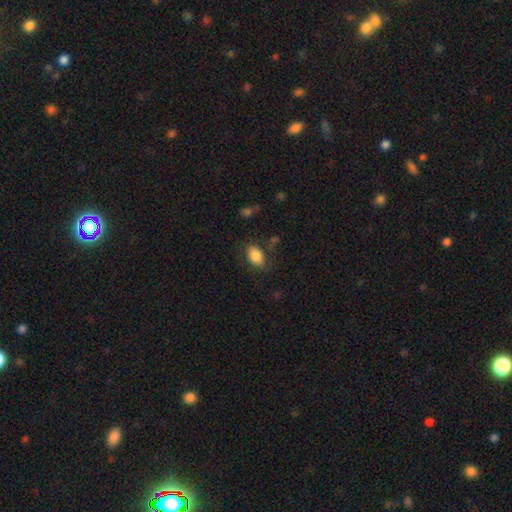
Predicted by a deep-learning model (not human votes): Smooth or featured?
  - smooth: 83% *
  - featured or disk: 9%
  - star or artifact: 8%
How rounded?
  - in between: 85% *
  - round: 14%
  - cigar-shaped: 1%
Merging?
  - none: 73% *
  - minor disturbance: 17%
  - major disturbance: 8%
  - merger: 3%